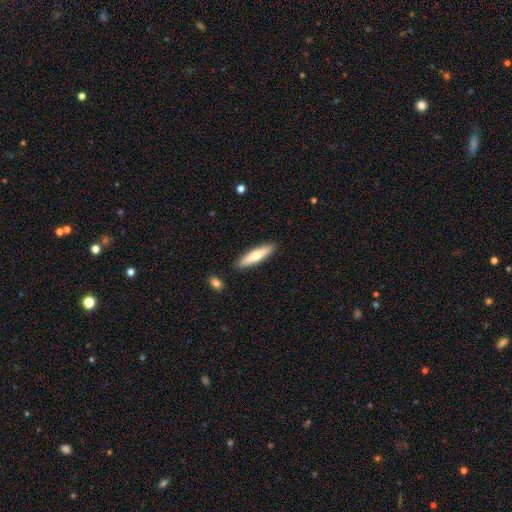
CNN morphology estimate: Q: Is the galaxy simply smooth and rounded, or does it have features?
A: smooth — 57%.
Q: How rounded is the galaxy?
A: cigar-shaped — 79%.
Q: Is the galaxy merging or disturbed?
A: none — 90%.